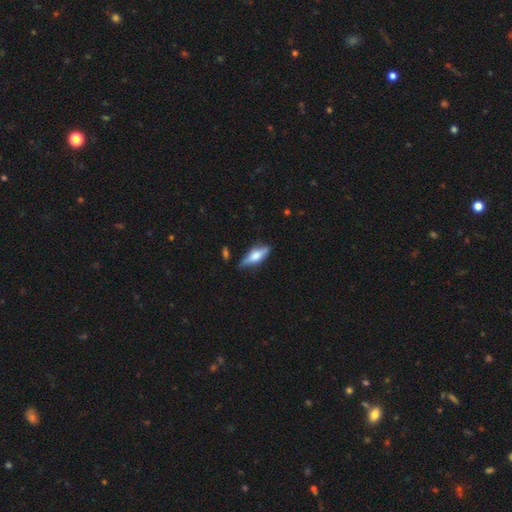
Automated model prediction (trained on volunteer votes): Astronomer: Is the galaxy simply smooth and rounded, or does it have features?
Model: featured or disk — 48% (runner-up: smooth, 46%).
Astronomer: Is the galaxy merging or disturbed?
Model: none — 76%.